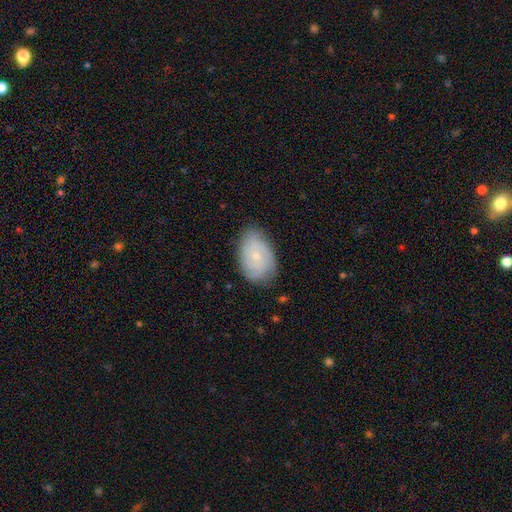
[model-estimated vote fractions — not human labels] Morphology: type=featured or disk (58%); edge-on=no (96%); bar=no (78%); spiral arms=yes (87%); bulge=small (73%); merging=none (77%).